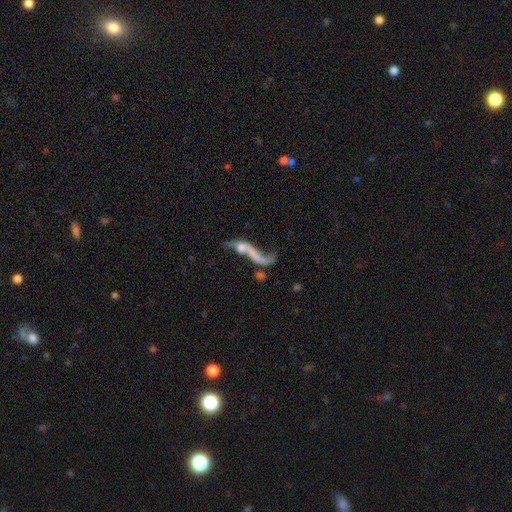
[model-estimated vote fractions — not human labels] A featured or disk galaxy (63%) with no bar (69%), spiral arms (57%) and no central bulge (44%). Merging: merger (34%).